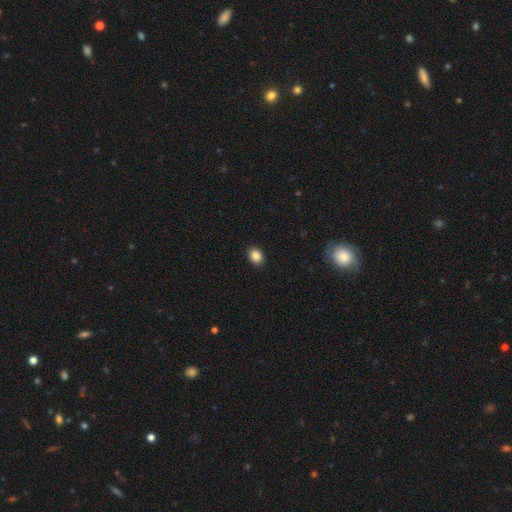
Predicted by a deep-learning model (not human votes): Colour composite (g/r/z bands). It shows a smooth galaxy with no disk features (87%) that is in between round and cigar-shaped (64%). Merging: none (90%).